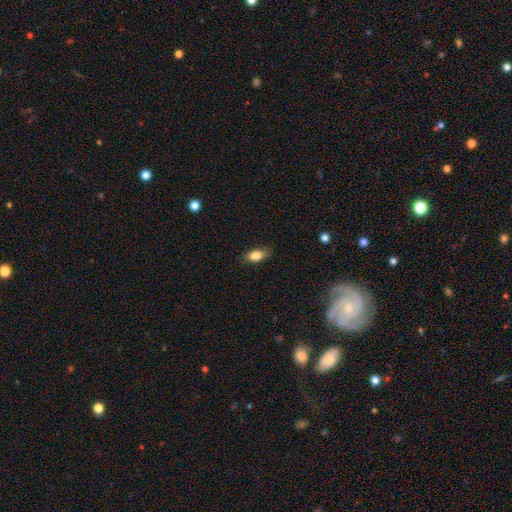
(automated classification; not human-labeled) Overall: smooth (84%). How rounded: in between (86%). Merging: none (80%).